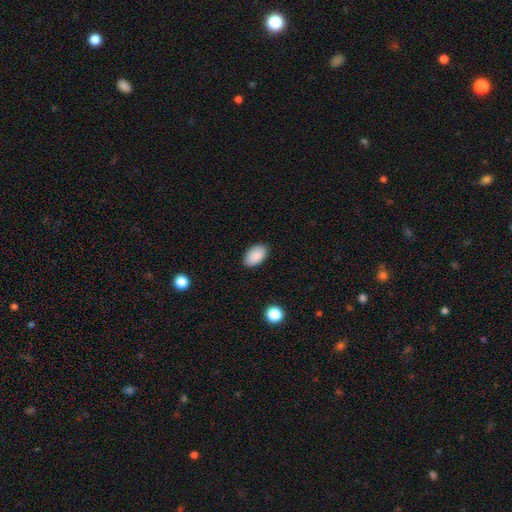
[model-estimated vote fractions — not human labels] smooth 89%, star or artifact 7%, featured or disk 4%. Down the decision tree: how rounded — in between (94%); merging — none (87%).